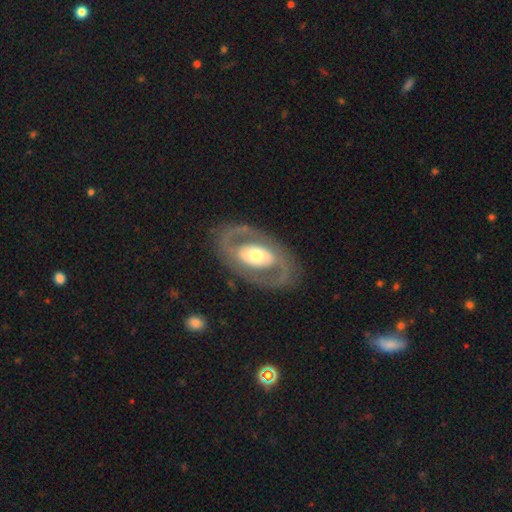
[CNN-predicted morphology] The model was most divided on "spiral arms": yes: 57%, no: 43%. More confident: edge-on disk — no (94%); merging — none (81%); smooth or featured — featured or disk (78%); bulge size — moderate (64%); bar — no (64%).